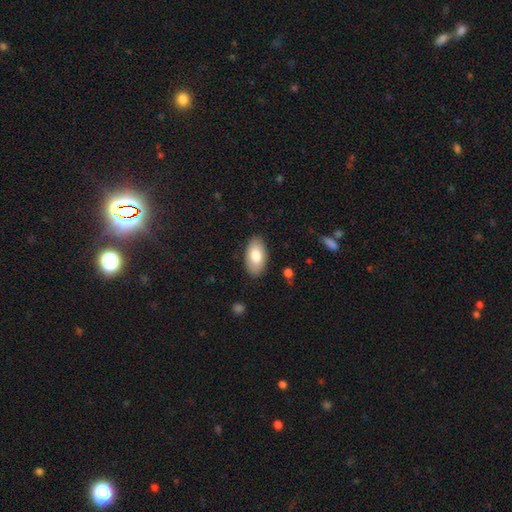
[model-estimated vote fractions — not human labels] This is likely a smooth galaxy (77%). How rounded: clearly in between (95%). Merging: clearly none (87%).